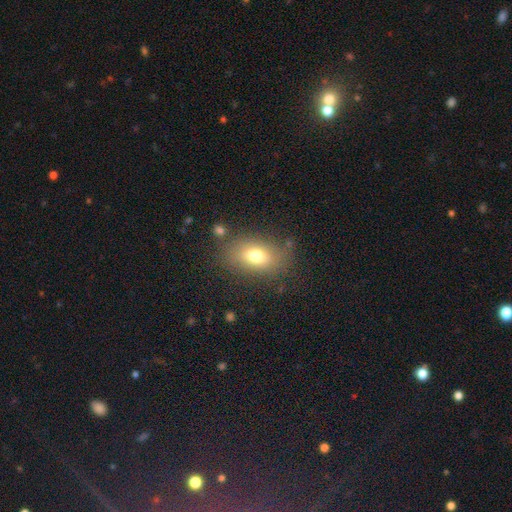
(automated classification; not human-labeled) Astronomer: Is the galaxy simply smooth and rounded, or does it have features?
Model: smooth — 74%.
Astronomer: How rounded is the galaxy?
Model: in between — 82%.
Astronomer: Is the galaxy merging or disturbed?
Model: none — 77%.